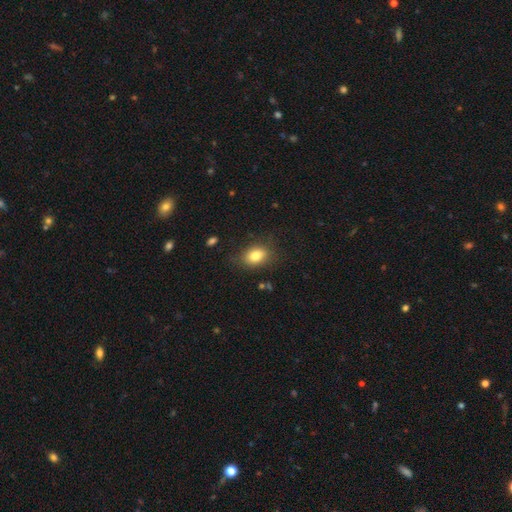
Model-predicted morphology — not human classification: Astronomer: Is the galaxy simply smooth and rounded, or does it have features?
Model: smooth — 81%.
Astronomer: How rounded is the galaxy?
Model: in between — 73%.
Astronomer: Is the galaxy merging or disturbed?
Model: none — 79%.